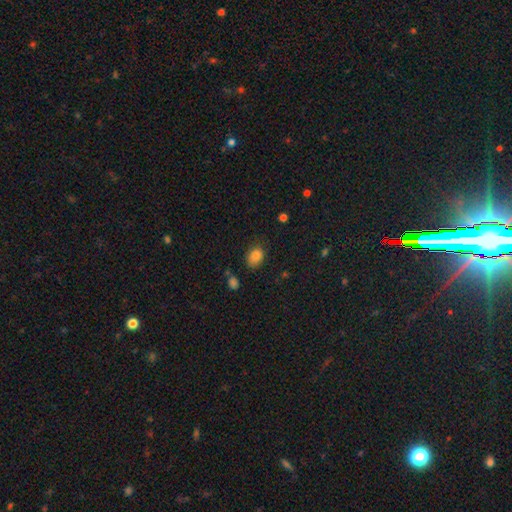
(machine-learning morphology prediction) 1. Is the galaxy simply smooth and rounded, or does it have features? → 84% smooth, 11% star or artifact, 6% featured or disk.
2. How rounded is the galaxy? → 69% in between, 30% round, 1% cigar-shaped.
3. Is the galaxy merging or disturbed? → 72% none, 21% minor disturbance, 5% major disturbance, 2% merger.